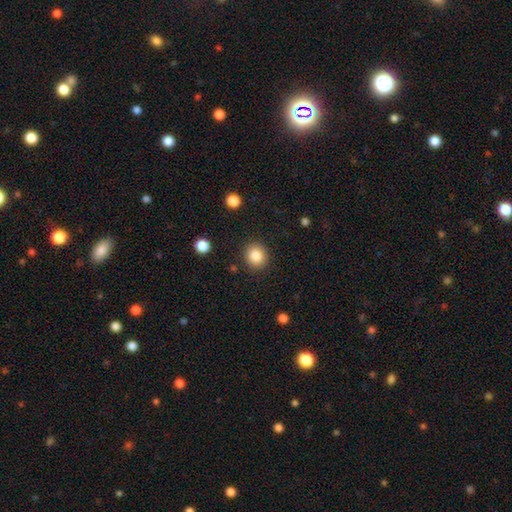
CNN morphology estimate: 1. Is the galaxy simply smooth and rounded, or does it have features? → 84% smooth, 10% star or artifact, 6% featured or disk.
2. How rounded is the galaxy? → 83% round, 16% in between, 1% cigar-shaped.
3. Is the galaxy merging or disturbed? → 89% none, 7% minor disturbance, 3% major disturbance, 2% merger.